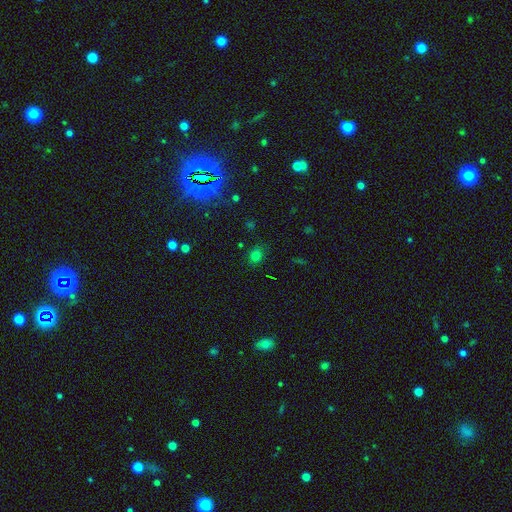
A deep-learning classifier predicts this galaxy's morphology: smooth_or_featured: smooth (p=0.71) [alt: star or artifact p=0.23]
how_rounded: round (p=0.62) [alt: in between p=0.37]
merging: none (p=0.82) [alt: minor disturbance p=0.12]